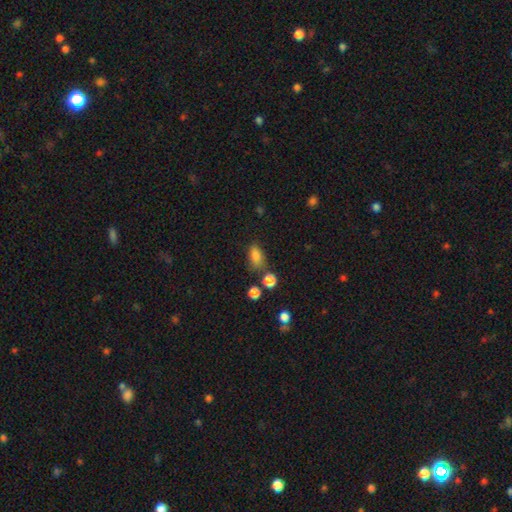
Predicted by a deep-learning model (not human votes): smooth-or-featured: smooth: 81% | star or artifact: 13% | featured or disk: 6%
  how-rounded: in between: 84% | round: 13% | cigar-shaped: 4%
  merging: none: 61% | minor disturbance: 23% | major disturbance: 8% | merger: 8%